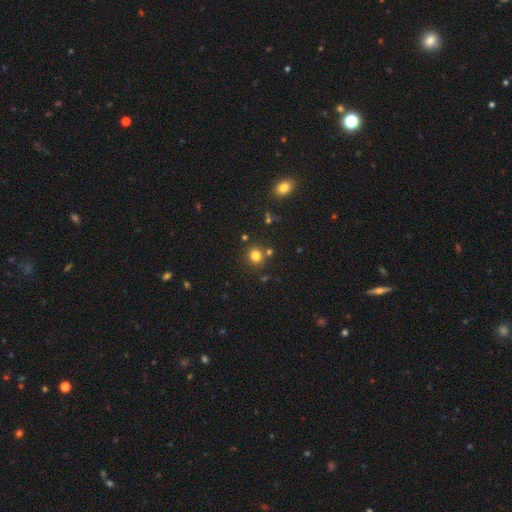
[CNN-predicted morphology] smooth-or-featured: smooth: 79% | star or artifact: 15% | featured or disk: 6%
  how-rounded: round: 87% | in between: 12% | cigar-shaped: 1%
  merging: none: 82% | merger: 8% | minor disturbance: 8% | major disturbance: 3%